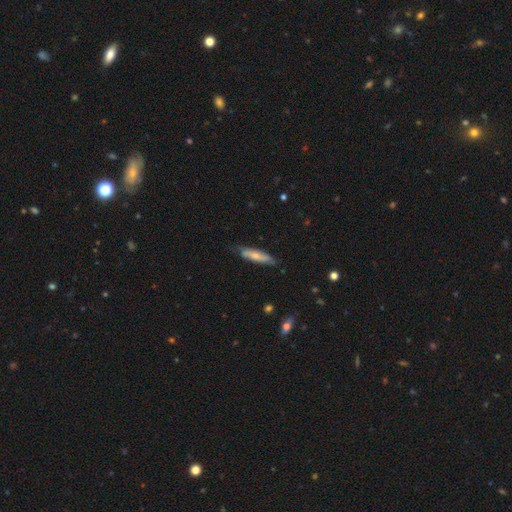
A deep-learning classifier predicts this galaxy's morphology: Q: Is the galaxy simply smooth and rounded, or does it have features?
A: smooth — 63%.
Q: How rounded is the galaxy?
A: cigar-shaped — 76%.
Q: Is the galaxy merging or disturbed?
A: none — 70%.